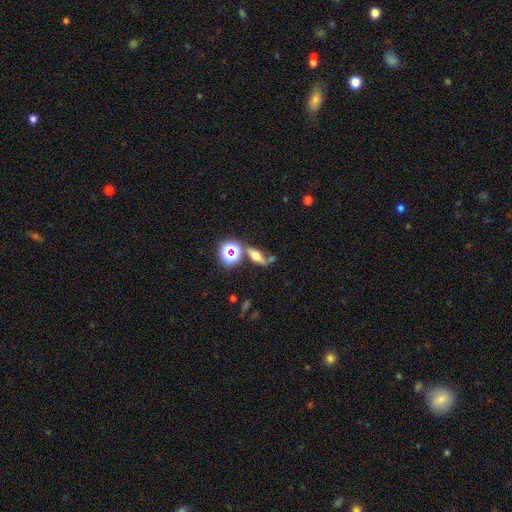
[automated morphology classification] Overall: featured or disk (41%; smooth 37%). Merging: none (55%; merger 18%).